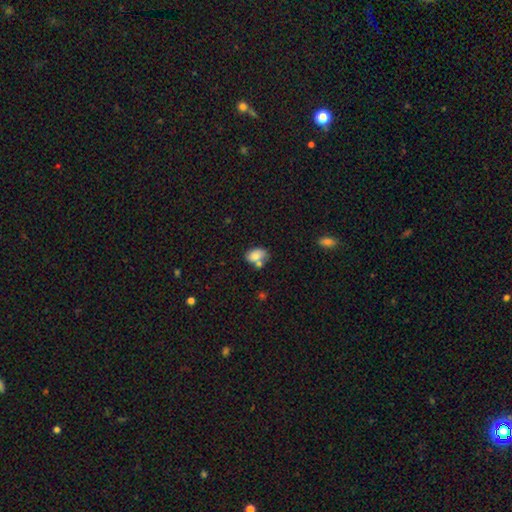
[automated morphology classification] A smooth galaxy with no disk features (79%) that is in between round and cigar-shaped (85%).

Vote fractions:
- Smooth or featured? smooth: 79% / featured or disk: 12% / star or artifact: 9%
- How rounded? in between: 85% / round: 14% / cigar-shaped: 1%
- Merging? none: 43% / merger: 32% / minor disturbance: 19% / major disturbance: 6%